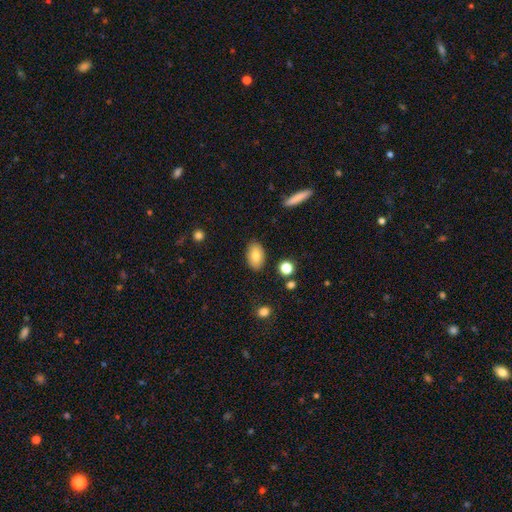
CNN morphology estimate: Smooth or featured? Predicted: smooth (p=0.78). How rounded? Predicted: in between (p=0.91). Merging? Predicted: none (p=0.86).